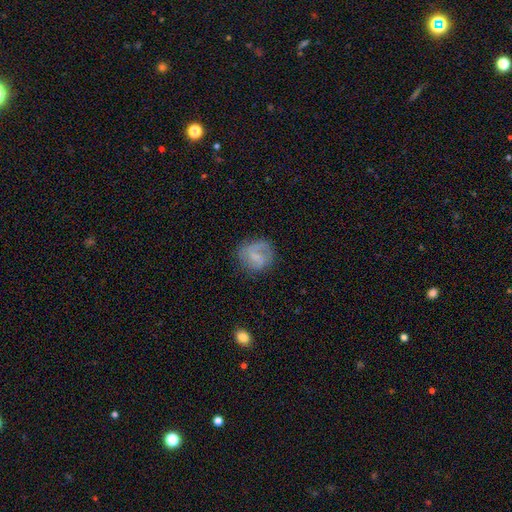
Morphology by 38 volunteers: Smooth or featured: featured or disk — 47% (smooth — 45%)
Edge-on disk: no — 100%
Bar: weak — 56% (strong — 22%)
Spiral arms: yes — 72% (no — 28%)
Spiral winding: medium — 46% (tied with loose — 46%)
Spiral arm count: 2 — 62% (1 — 23%)
Bulge size: none — 56% (moderate — 22%)
Merging: none — 60% (minor disturbance — 20%)